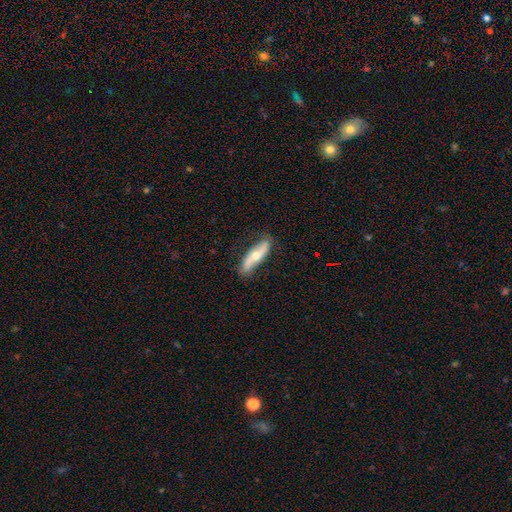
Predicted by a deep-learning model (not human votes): A featured or disk galaxy (52%).

Vote fractions:
- Smooth or featured? featured or disk: 52% / smooth: 43% / star or artifact: 6%
- Edge-on disk? no: 57% / yes: 43%
- Merging? none: 80% / minor disturbance: 16% / major disturbance: 3% / merger: 1%